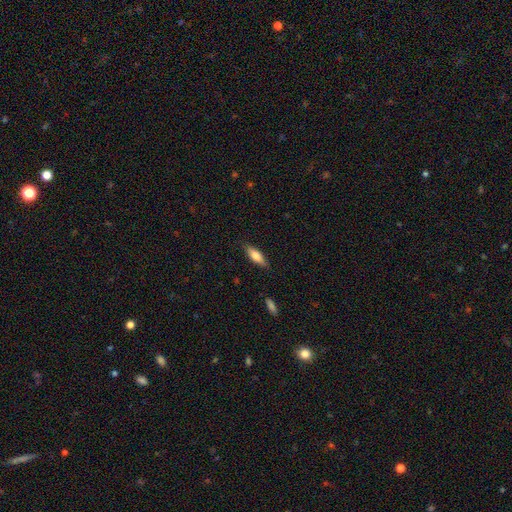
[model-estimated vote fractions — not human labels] A smooth galaxy with no disk features (70%) that is in between round and cigar-shaped (54%).

Vote fractions:
- Smooth or featured? smooth: 70% / featured or disk: 23% / star or artifact: 6%
- How rounded? in between: 54% / cigar-shaped: 44% / round: 2%
- Merging? none: 84% / minor disturbance: 12% / major disturbance: 3% / merger: 1%